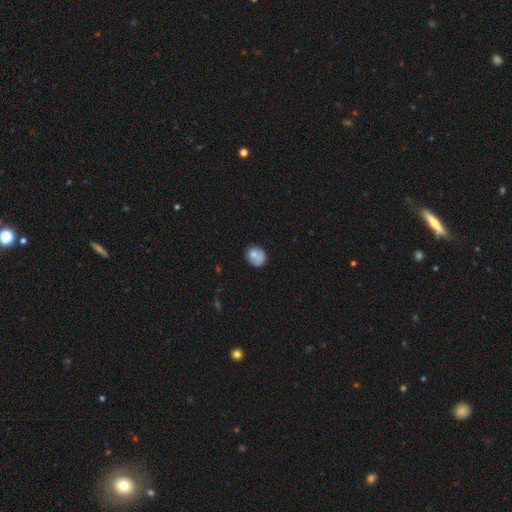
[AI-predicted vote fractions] smooth_or_featured: smooth (p=0.74) [alt: featured or disk p=0.18]
how_rounded: round (p=0.67) [alt: in between p=0.32]
merging: none (p=0.60) [alt: minor disturbance p=0.24]